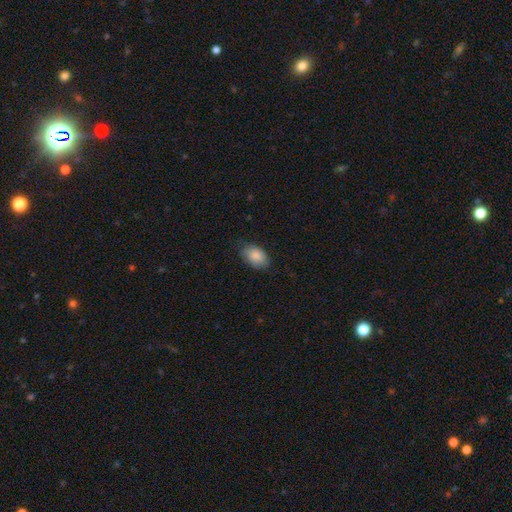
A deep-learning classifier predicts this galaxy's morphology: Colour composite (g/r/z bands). It shows a smooth galaxy with no disk features (86%) that is in between round and cigar-shaped (88%). Merging: none (73%).